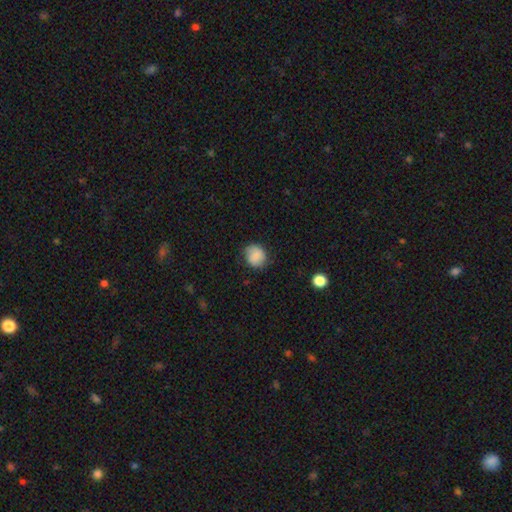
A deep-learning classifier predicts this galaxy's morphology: Overall: smooth (81%). How rounded: round (77%). Merging: none (76%).